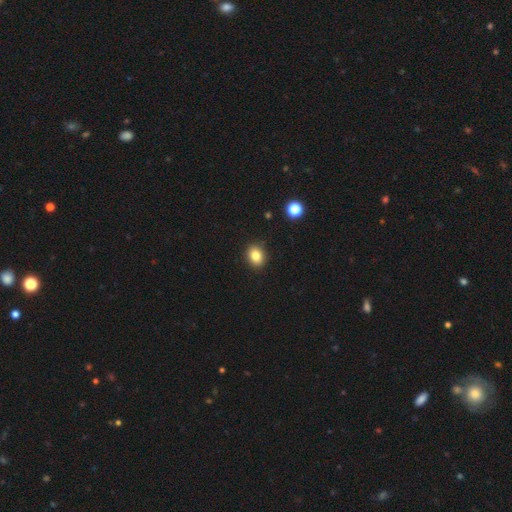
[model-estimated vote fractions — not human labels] A smooth galaxy with no disk features (83%) that is round (57%). Merging: none (90%).